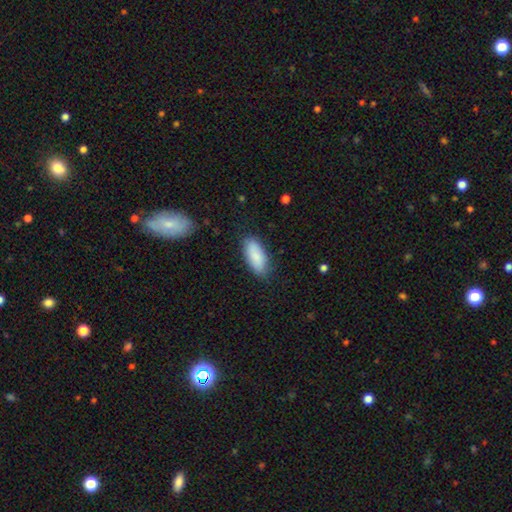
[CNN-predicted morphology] This is clearly a smooth galaxy (87%). How rounded: clearly in between (83%). Merging: clearly none (82%).